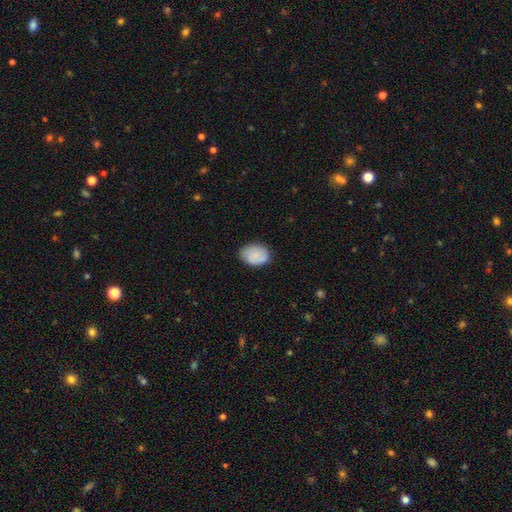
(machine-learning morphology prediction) Smooth or featured? Predicted: smooth (p=0.77). How rounded? Predicted: in between (p=0.76). Merging? Predicted: none (p=0.76).